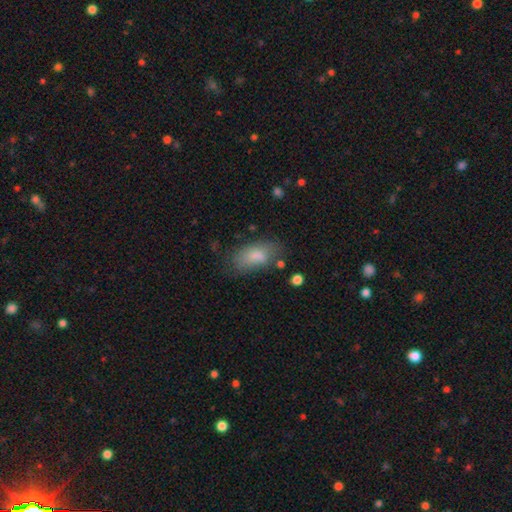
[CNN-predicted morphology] smooth_or_featured: smooth (p=0.80) [alt: featured or disk p=0.12]
how_rounded: in between (p=0.90) [alt: cigar-shaped p=0.06]
merging: none (p=0.65) [alt: minor disturbance p=0.22]